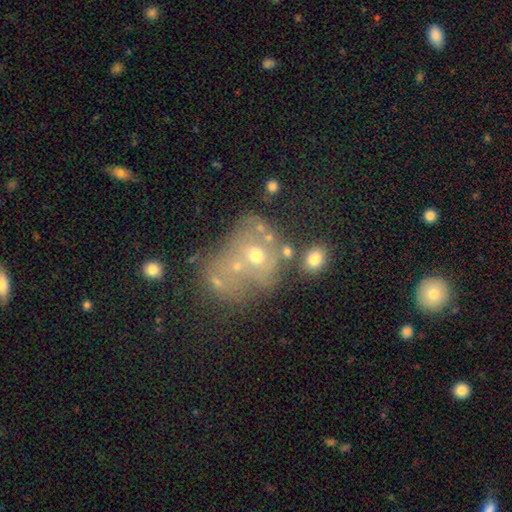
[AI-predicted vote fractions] A smooth galaxy with no disk features (45%). Merging: merger (49%).